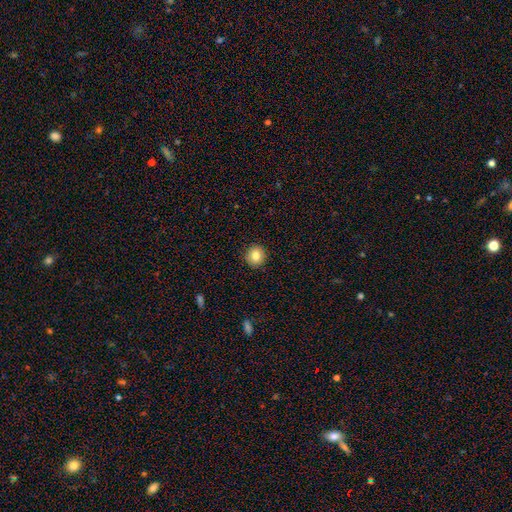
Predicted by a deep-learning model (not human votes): Overall: smooth (82%). How rounded: round (89%). Merging: none (92%).